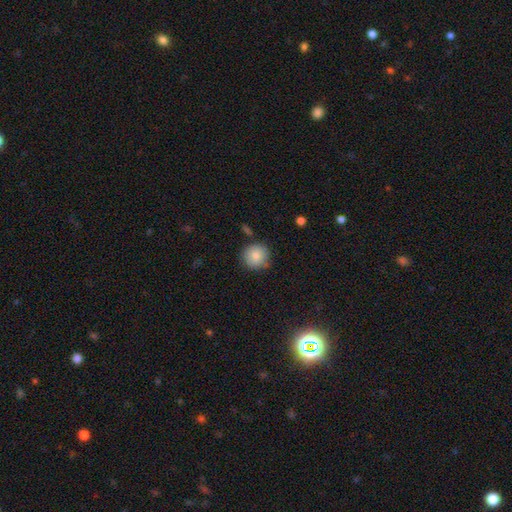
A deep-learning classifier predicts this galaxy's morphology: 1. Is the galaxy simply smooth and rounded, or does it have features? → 83% smooth, 9% featured or disk, 8% star or artifact.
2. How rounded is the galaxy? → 93% round, 6% in between, 1% cigar-shaped.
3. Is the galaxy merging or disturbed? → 81% none, 13% minor disturbance, 3% merger, 3% major disturbance.